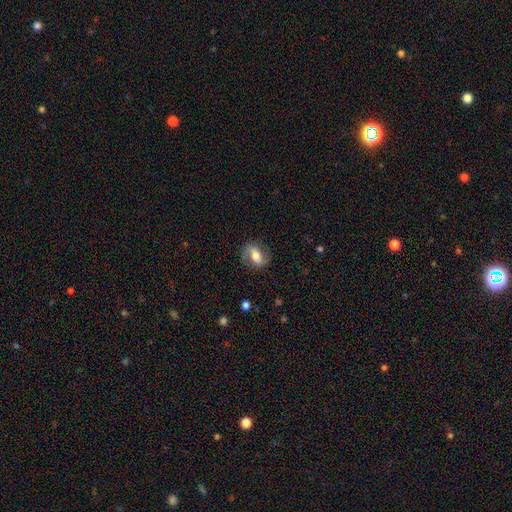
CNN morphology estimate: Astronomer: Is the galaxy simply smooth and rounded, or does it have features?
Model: featured or disk — 56% (runner-up: smooth, 36%).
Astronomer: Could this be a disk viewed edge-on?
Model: no — 94%.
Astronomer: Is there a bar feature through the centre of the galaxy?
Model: weak — 39% (runner-up: strong, 35%).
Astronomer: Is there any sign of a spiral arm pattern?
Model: yes — 84%.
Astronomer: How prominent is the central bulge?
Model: moderate — 53%.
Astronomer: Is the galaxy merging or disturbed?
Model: none — 78%.